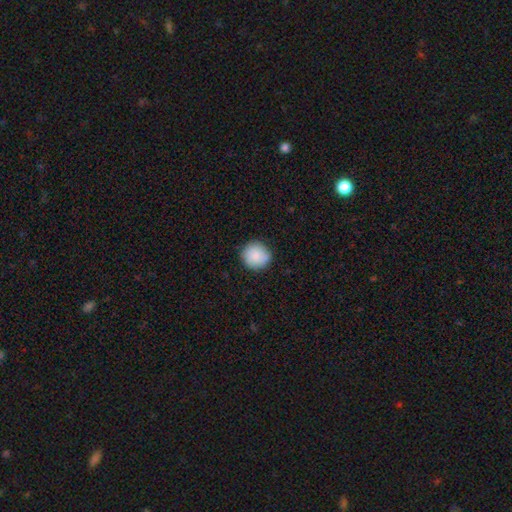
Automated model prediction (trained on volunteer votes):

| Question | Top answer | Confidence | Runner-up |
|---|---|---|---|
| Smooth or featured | smooth | 87% | star or artifact (7%) |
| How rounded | round | 93% | in between (6%) |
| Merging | none | 86% | minor disturbance (11%) |